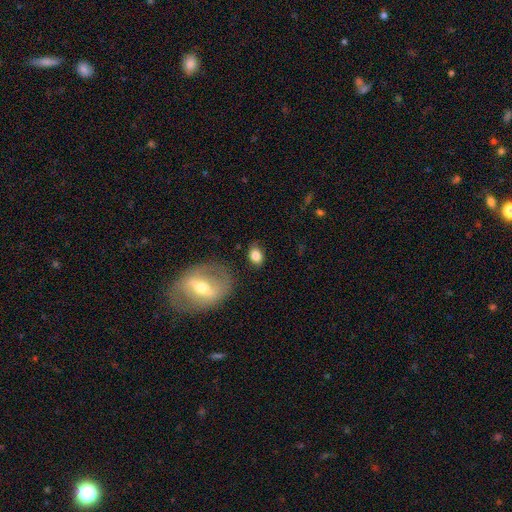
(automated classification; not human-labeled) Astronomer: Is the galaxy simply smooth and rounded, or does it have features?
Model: smooth — 78%.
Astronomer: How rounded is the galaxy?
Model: in between — 75%.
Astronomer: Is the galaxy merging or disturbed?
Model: none — 80%.